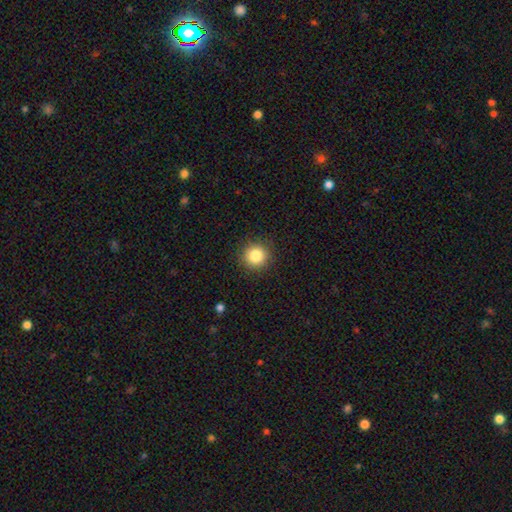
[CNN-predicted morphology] Smooth or featured? Predicted: smooth (p=0.85). How rounded? Predicted: round (p=0.94). Merging? Predicted: none (p=0.91).